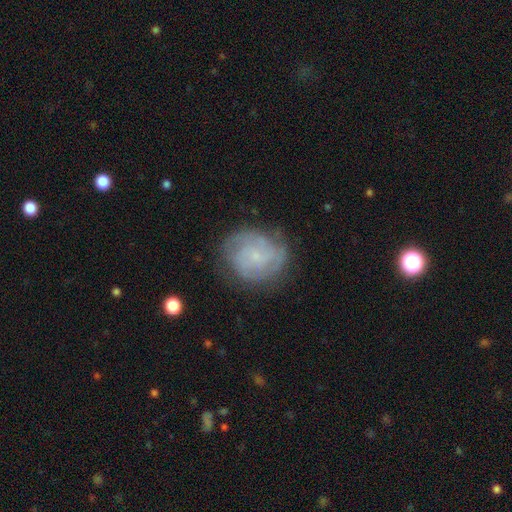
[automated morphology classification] smooth-or-featured: featured or disk: 71% | smooth: 21% | star or artifact: 7%
  disk-edge-on: no: 98% | yes: 2%
    bar: no: 69% | weak: 27% | strong: 4%
    has-spiral-arms: yes: 91% | no: 9%
      spiral-winding: tight: 60% | medium: 31% | loose: 8%
      spiral-arm-count: can't tell: 34% | 2: 24% | 3: 23% | 4: 9% | 1: 5% | more than 4: 5%
    bulge-size: small: 71% | none: 15% | moderate: 11% | large: 1% | dominant: 1%
  merging: none: 74% | minor disturbance: 17% | major disturbance: 7% | merger: 1%